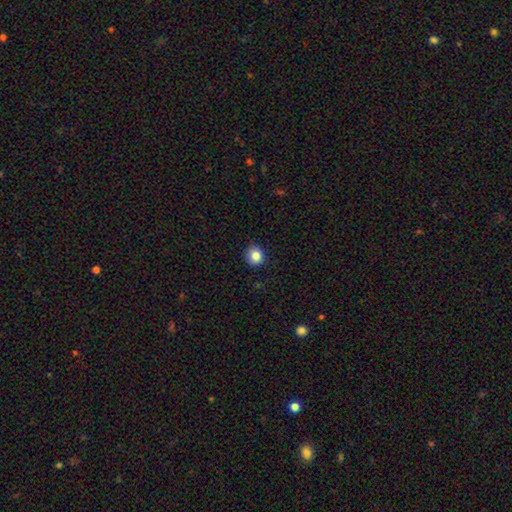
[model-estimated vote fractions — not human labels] A smooth galaxy with no disk features (84%) that is round (86%). Merging: none (85%).